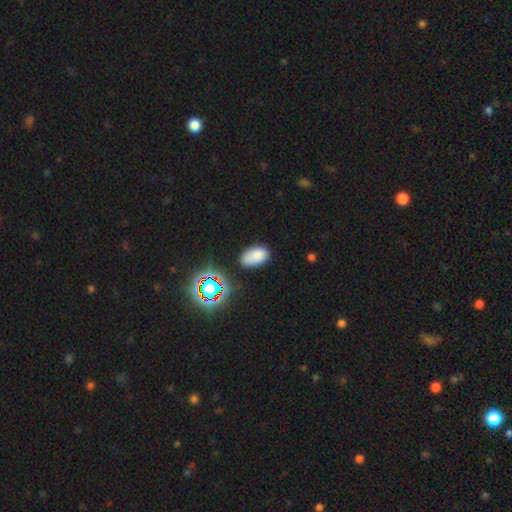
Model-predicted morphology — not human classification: Smooth or featured: smooth — 78% (star or artifact — 15%)
How rounded: in between — 92% (round — 6%)
Merging: none — 73% (minor disturbance — 19%)